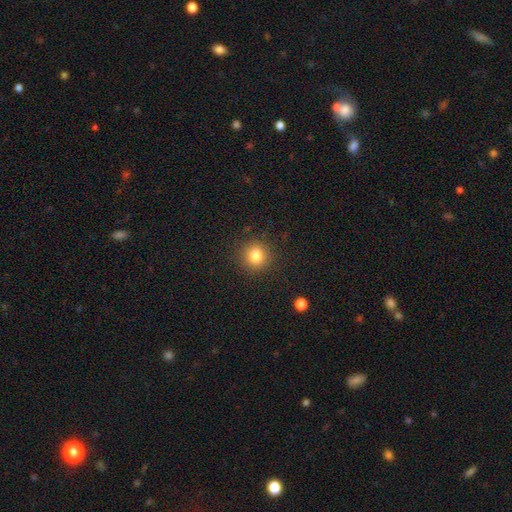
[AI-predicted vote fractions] Overall: smooth (82%). How rounded: round (90%). Merging: none (89%).